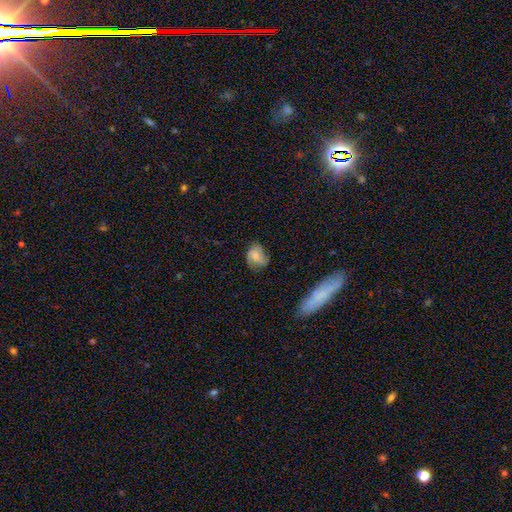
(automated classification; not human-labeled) The model was most divided on "how rounded": in between: 57%, round: 41%, cigar-shaped: 1%. More confident: smooth or featured — smooth (61%); merging — none (59%).